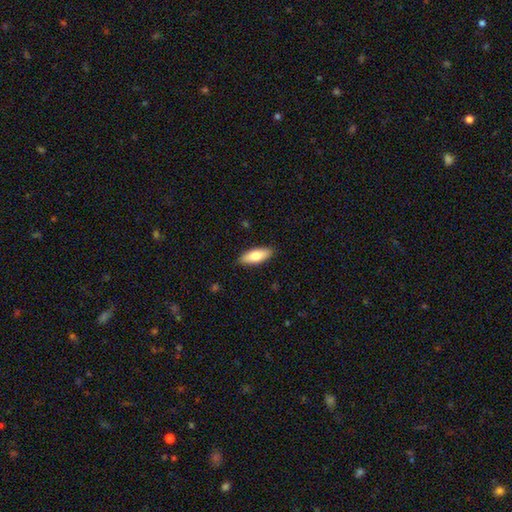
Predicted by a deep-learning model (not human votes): A smooth galaxy with no disk features (75%) that is in between round and cigar-shaped (74%).

Vote fractions:
- Smooth or featured? smooth: 75% / featured or disk: 19% / star or artifact: 6%
- How rounded? in between: 74% / cigar-shaped: 24% / round: 2%
- Merging? none: 89% / minor disturbance: 8% / major disturbance: 2% / merger: 1%